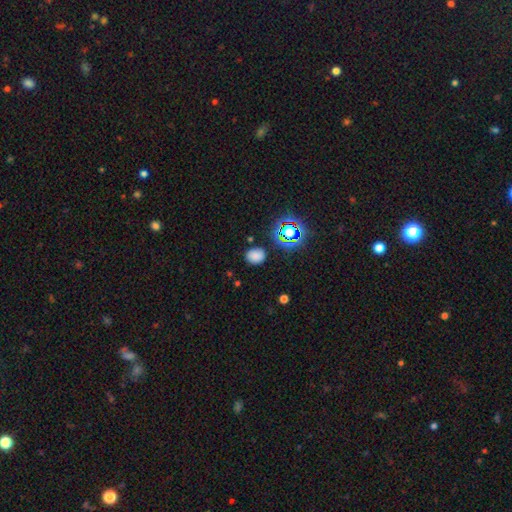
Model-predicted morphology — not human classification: This is likely a smooth galaxy (73%). How rounded: possibly round (55%). Merging: clearly none (81%).